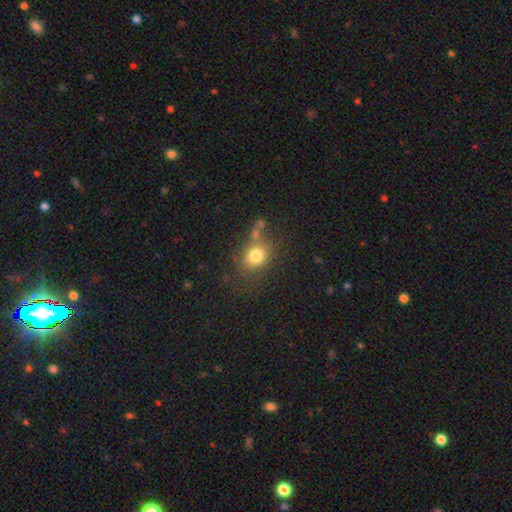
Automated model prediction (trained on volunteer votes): This appears to be a smooth galaxy with no disk features (78%) that is round (58%). Merging: none (63%).